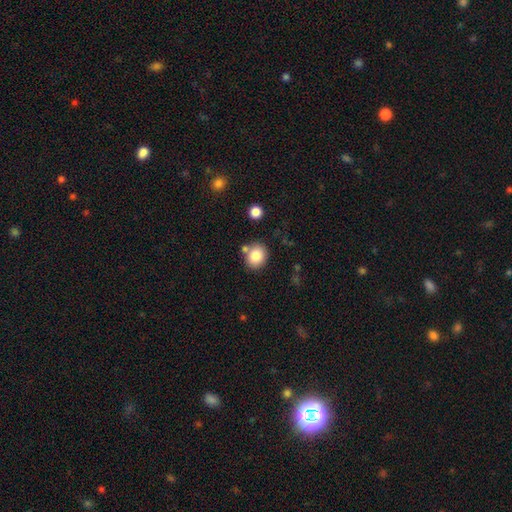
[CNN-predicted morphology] type=smooth (83%); roundness=round (62%); merging=none (73%).